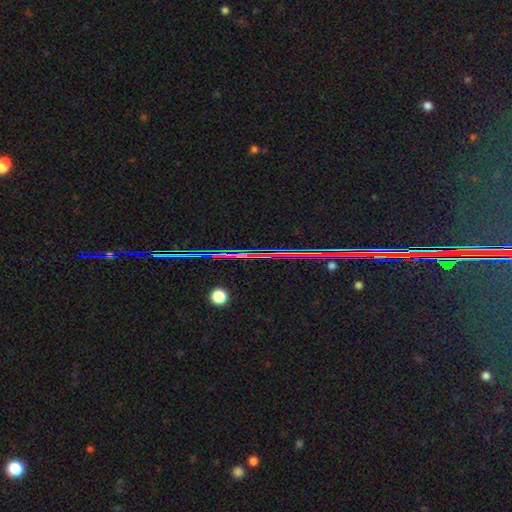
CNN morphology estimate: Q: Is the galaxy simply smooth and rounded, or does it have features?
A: star or artifact — 86%.